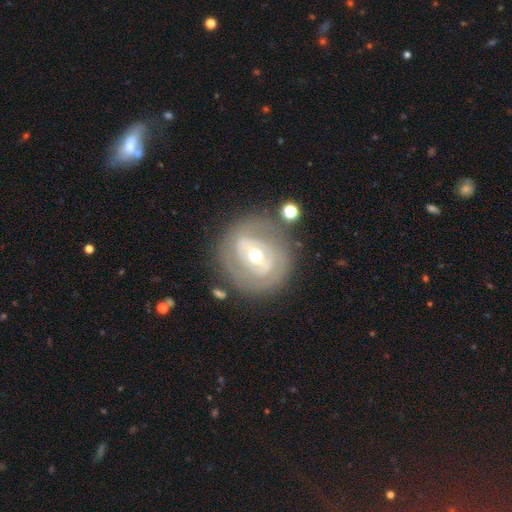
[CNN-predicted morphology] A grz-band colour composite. It shows a featured or disk galaxy (70%) with a weak bar (38%), no spiral arms (57%) and a moderate central bulge (68%). Merging: none (73%).